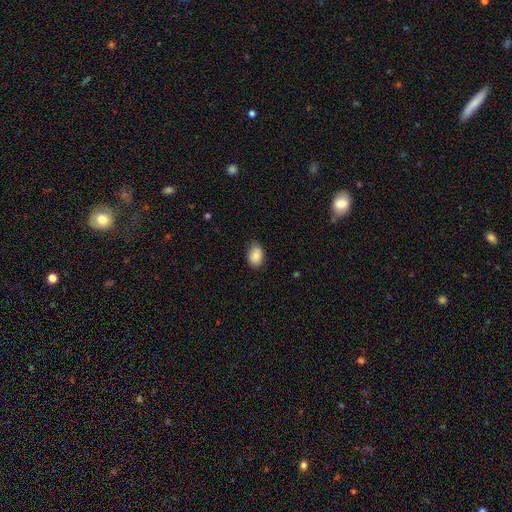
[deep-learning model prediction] This is clearly a smooth galaxy (84%). How rounded: clearly in between (81%). Merging: likely none (77%).